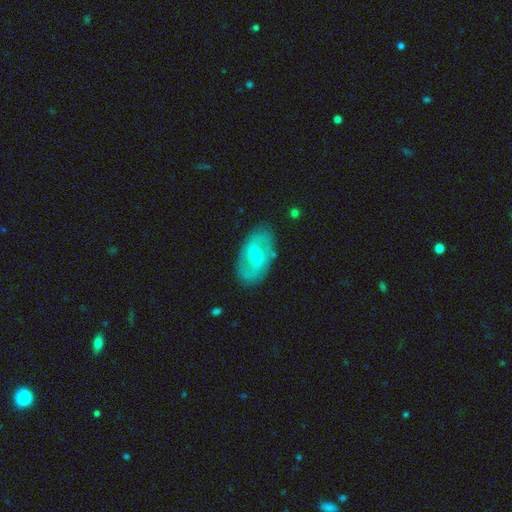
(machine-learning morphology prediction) Overall: featured or disk (73%). Edge-on disk: no (95%). Bar: weak (57%; strong 22%). Spiral arms: yes (83%). Spiral arm count: 2 (84%). Spiral winding: medium (46%; loose 32%). Bulge size: moderate (57%; small 37%). Merging: none (81%).